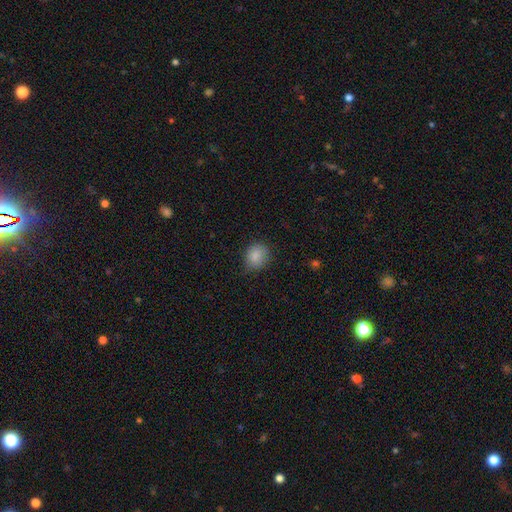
Smooth or featured: smooth — 84% (featured or disk — 8%)
How rounded: round — 77% (in between — 23%)
Merging: none — 79% (minor disturbance — 15%)